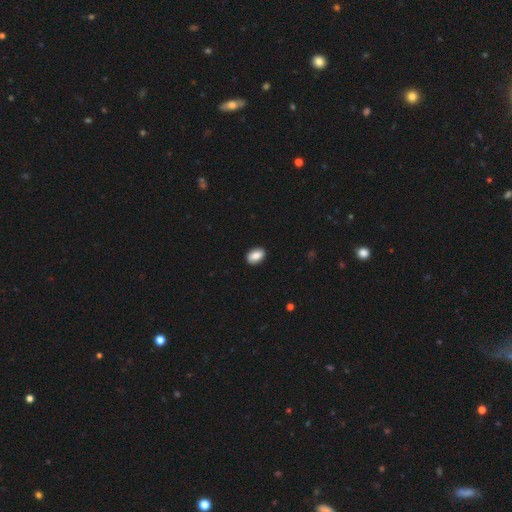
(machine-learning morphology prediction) type=smooth (83%); roundness=in between (86%); merging=none (89%).